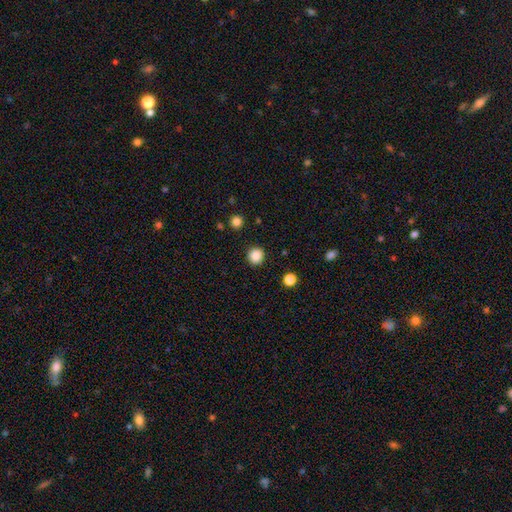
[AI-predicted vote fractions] Q: Smooth or featured?
A: smooth (86%); runner-up: star or artifact (11%)
Q: How rounded?
A: round (95%); runner-up: in between (4%)
Q: Merging?
A: none (92%); runner-up: minor disturbance (5%)